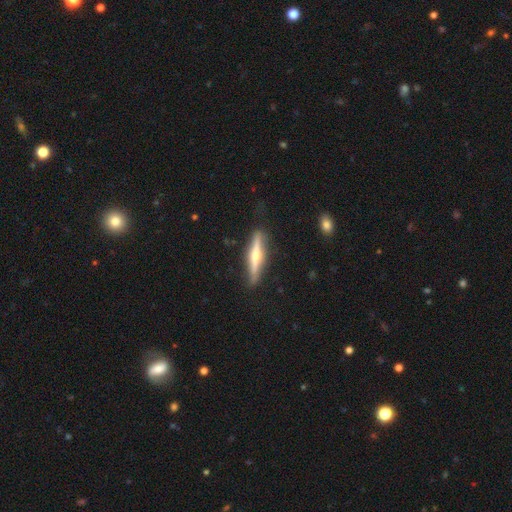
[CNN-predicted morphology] A featured or disk galaxy (70%) viewed edge-on (96%) with a rounded central bulge (87%).

Vote fractions:
- Smooth or featured? featured or disk: 70% / smooth: 24% / star or artifact: 6%
- Edge-on disk? yes: 96% / no: 4%
- Edge-on bulge? rounded: 87% / none: 7% / boxy: 6%
- Merging? none: 86% / minor disturbance: 10% / major disturbance: 2% / merger: 1%